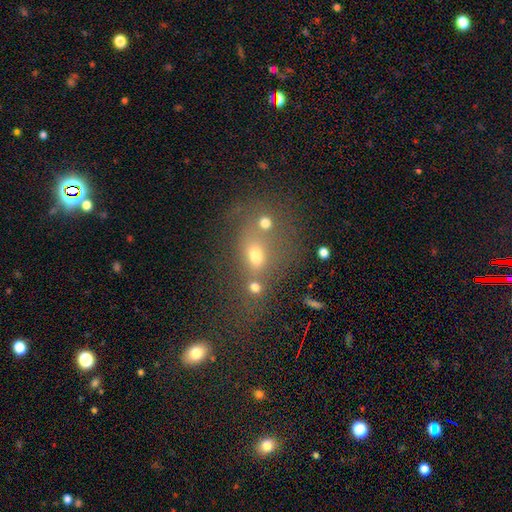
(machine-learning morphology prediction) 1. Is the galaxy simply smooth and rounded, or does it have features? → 55% smooth, 24% star or artifact, 21% featured or disk.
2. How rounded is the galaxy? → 51% in between, 46% round, 4% cigar-shaped.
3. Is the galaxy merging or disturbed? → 43% merger, 34% none, 12% minor disturbance, 11% major disturbance.